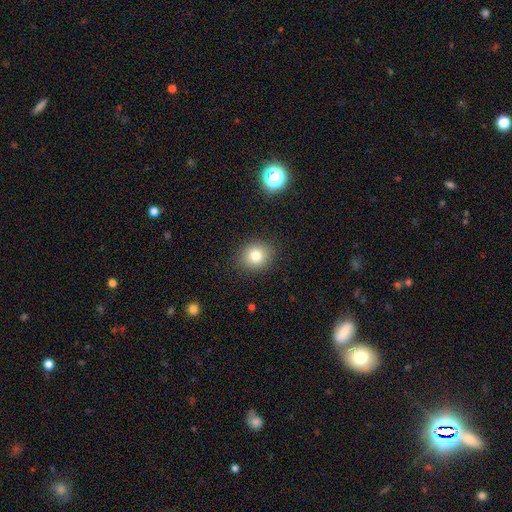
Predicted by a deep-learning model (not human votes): Q: Smooth or featured?
A: smooth (79%); runner-up: star or artifact (12%)
Q: How rounded?
A: round (78%); runner-up: in between (21%)
Q: Merging?
A: none (89%); runner-up: minor disturbance (8%)